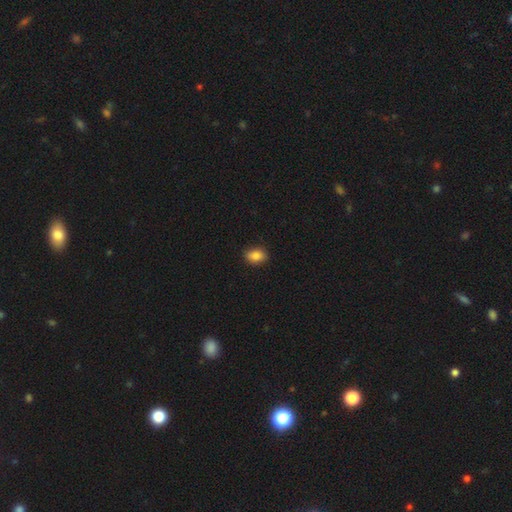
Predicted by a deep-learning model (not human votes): Overall: smooth (86%). How rounded: in between (78%). Merging: none (88%).